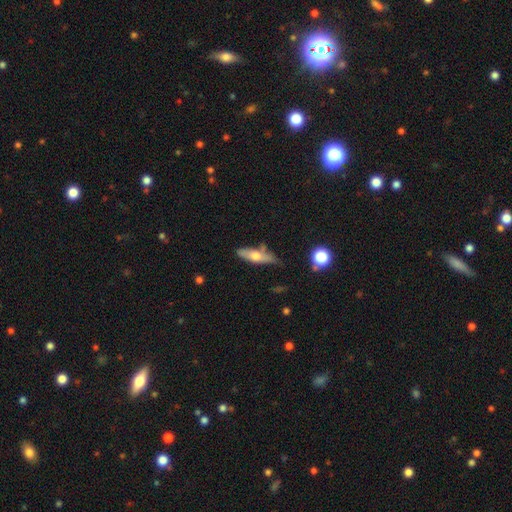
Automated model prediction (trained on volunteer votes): Smooth or featured? Predicted: smooth (p=0.53). How rounded? Predicted: cigar-shaped (p=0.55). Merging? Predicted: none (p=0.58).